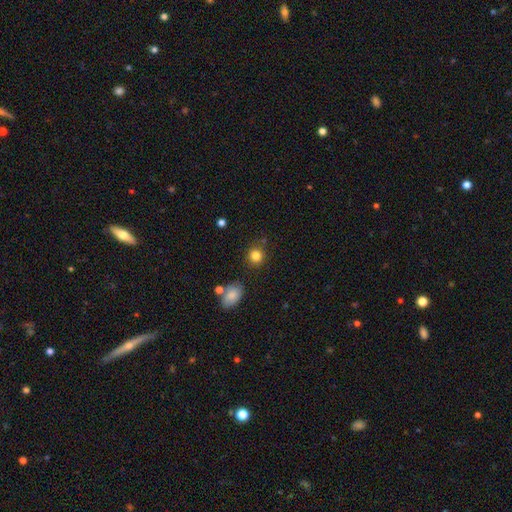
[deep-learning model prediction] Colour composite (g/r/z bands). It shows a smooth galaxy with no disk features (83%) that is round (84%). Merging: none (83%).